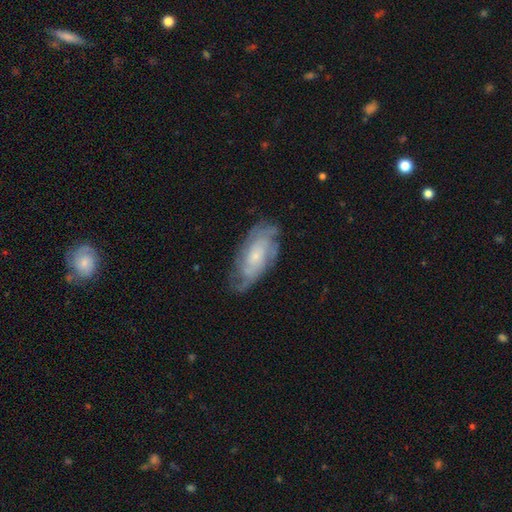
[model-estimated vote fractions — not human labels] This appears to be a featured or disk galaxy (74%) with no bar (73%), tight (57%) spiral arms (90%) and a small central bulge (67%). Merging: none (71%).